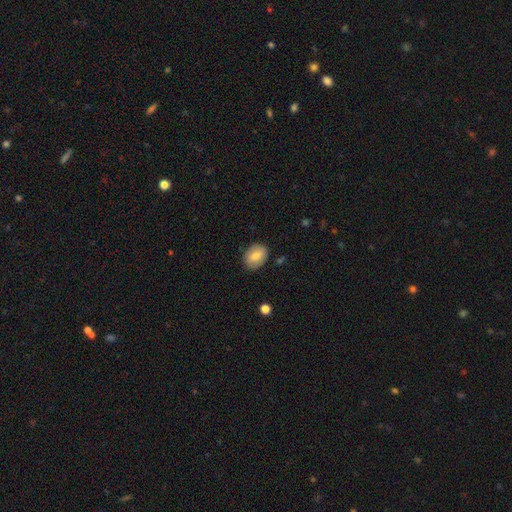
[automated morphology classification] Smooth or featured: smooth — 77% (featured or disk — 16%)
How rounded: in between — 64% (round — 35%)
Merging: none — 84% (minor disturbance — 12%)